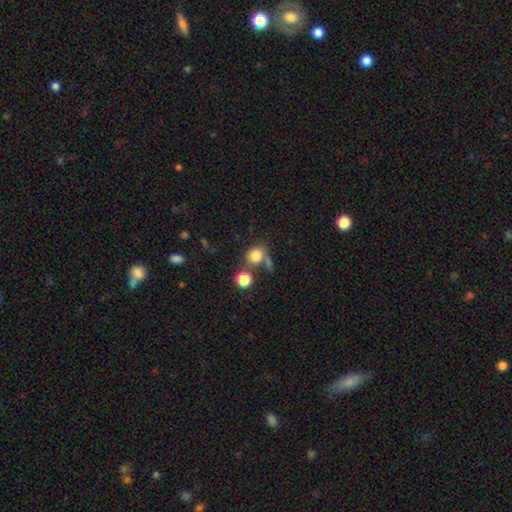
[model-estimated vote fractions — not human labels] Morphology: type=smooth (79%); roundness=round (76%); merging=none (48%).